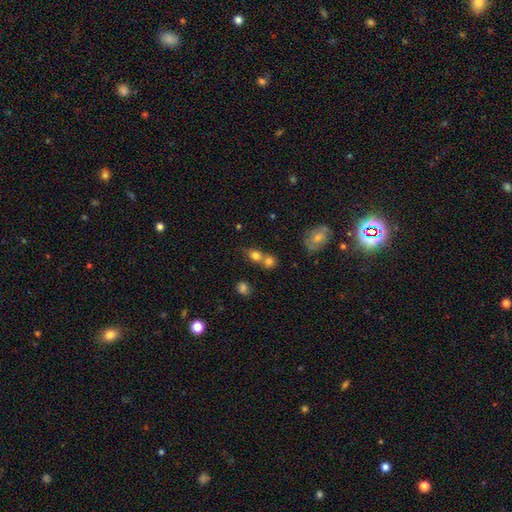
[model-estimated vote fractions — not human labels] Smooth or featured?
  - smooth: 76% *
  - star or artifact: 13%
  - featured or disk: 11%
How rounded?
  - round: 63% *
  - in between: 35%
  - cigar-shaped: 2%
Merging?
  - merger: 49% *
  - none: 39%
  - minor disturbance: 8%
  - major disturbance: 3%